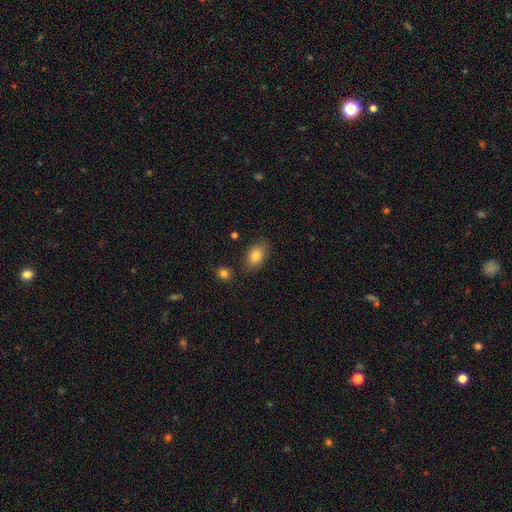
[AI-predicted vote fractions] This is clearly a smooth galaxy (83%). How rounded: clearly in between (86%). Merging: clearly none (80%).